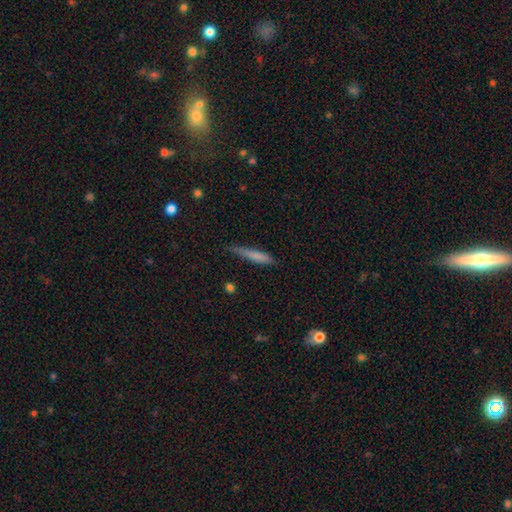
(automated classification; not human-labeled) Smooth or featured? smooth (75%)
How rounded? cigar-shaped (90%)
Merging? none (62%)